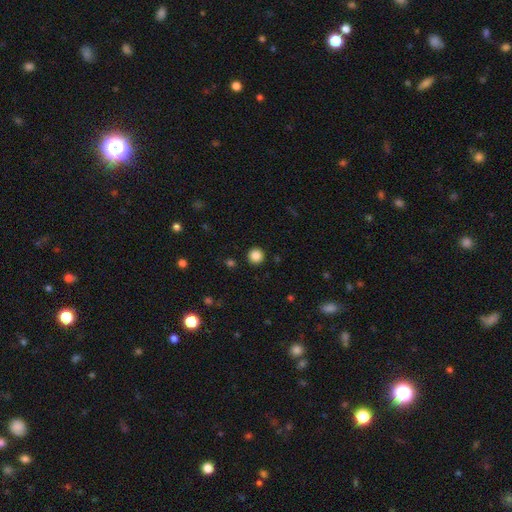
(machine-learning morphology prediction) smooth_or_featured: smooth (p=0.86) [alt: star or artifact p=0.11]
how_rounded: round (p=0.95) [alt: in between p=0.04]
merging: none (p=0.92) [alt: minor disturbance p=0.05]